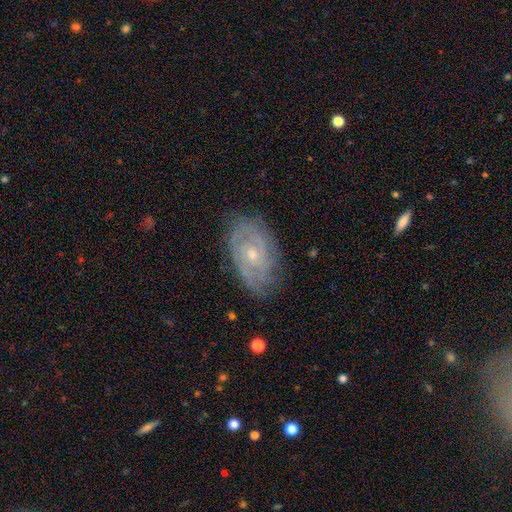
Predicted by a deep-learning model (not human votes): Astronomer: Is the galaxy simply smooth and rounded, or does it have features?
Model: featured or disk — 71%.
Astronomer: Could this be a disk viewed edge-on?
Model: no — 94%.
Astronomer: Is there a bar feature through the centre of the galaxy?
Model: no — 69%.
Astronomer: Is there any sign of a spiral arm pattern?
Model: yes — 89%.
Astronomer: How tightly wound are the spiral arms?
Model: tight — 66%.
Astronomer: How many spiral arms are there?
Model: can't tell — 41% (runner-up: 2, 31%).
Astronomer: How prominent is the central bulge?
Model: small — 66%.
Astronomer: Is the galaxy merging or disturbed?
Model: none — 80%.